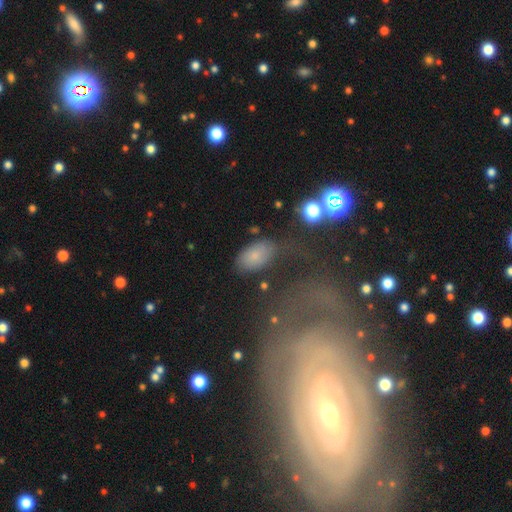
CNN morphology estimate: A smooth galaxy with no disk features (73%) that is in between round and cigar-shaped (93%).

Vote fractions:
- Smooth or featured? smooth: 73% / featured or disk: 15% / star or artifact: 12%
- How rounded? in between: 93% / round: 6% / cigar-shaped: 2%
- Merging? none: 68% / minor disturbance: 19% / major disturbance: 8% / merger: 6%